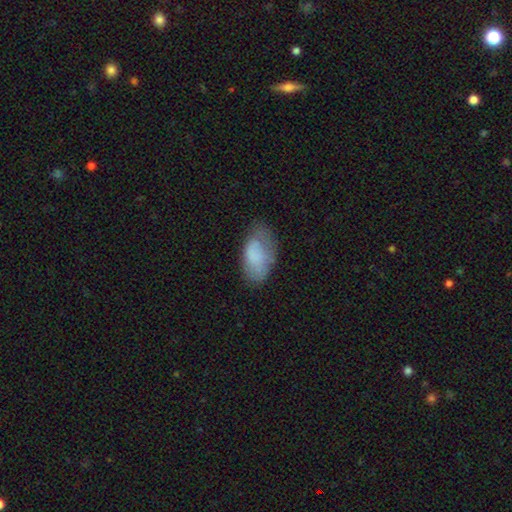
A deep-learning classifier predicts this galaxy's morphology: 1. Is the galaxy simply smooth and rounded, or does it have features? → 73% smooth, 19% featured or disk, 8% star or artifact.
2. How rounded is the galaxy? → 94% in between, 4% round, 2% cigar-shaped.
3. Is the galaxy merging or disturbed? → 53% none, 31% minor disturbance, 13% major disturbance, 2% merger.